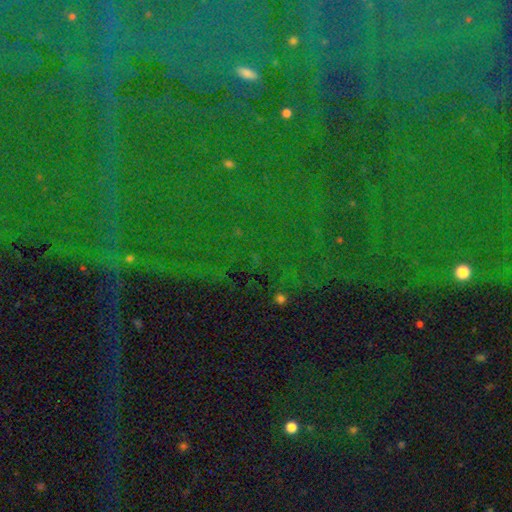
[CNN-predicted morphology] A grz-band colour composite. It shows a star or artifact, not a galaxy (84%).